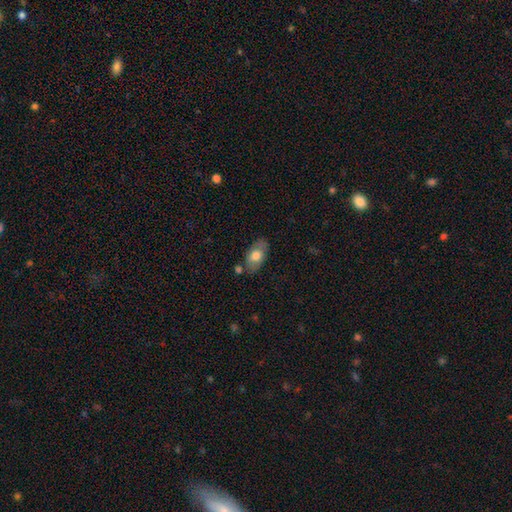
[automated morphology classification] smooth-or-featured: smooth: 69% | featured or disk: 24% | star or artifact: 6%
  how-rounded: in between: 92% | round: 5% | cigar-shaped: 2%
  merging: none: 71% | minor disturbance: 18% | merger: 7% | major disturbance: 4%